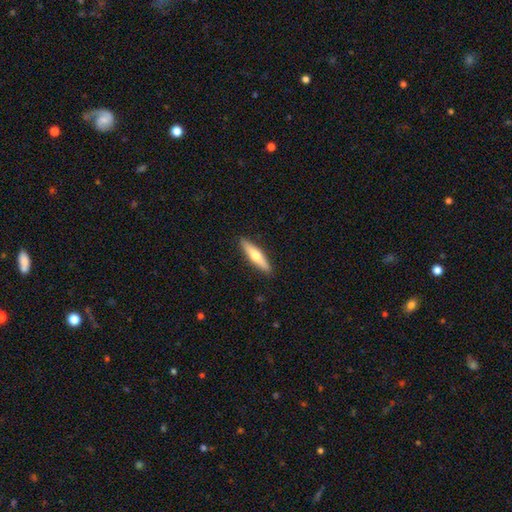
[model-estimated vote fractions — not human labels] Morphology: type=smooth (52%); roundness=cigar-shaped (80%); merging=none (91%).